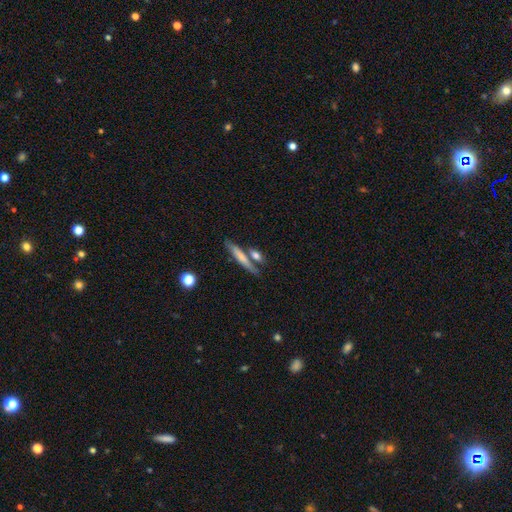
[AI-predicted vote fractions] Morphology: type=smooth (66%); roundness=cigar-shaped (75%); merging=none (61%).